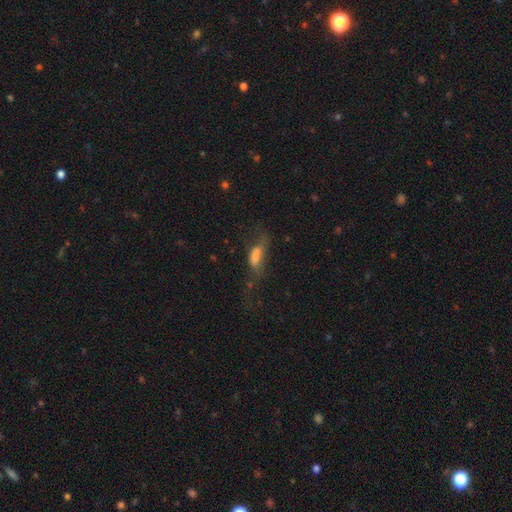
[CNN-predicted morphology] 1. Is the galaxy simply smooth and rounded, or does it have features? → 65% smooth, 23% featured or disk, 12% star or artifact.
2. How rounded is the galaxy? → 70% in between, 26% cigar-shaped, 4% round.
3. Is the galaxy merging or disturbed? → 44% major disturbance, 27% none, 22% minor disturbance, 7% merger.